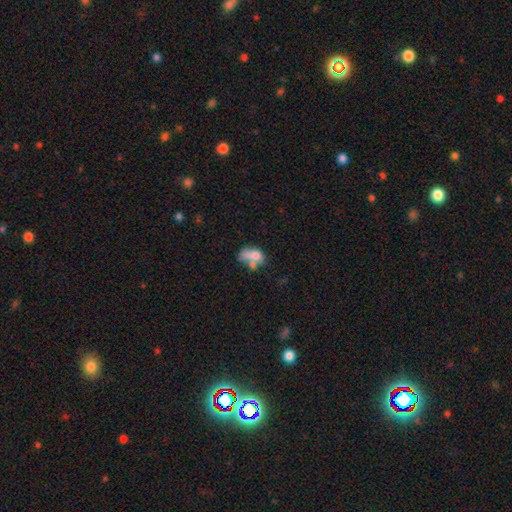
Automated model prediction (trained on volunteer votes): Overall: smooth (67%). How rounded: in between (82%). Merging: merger (43%; none 23%).